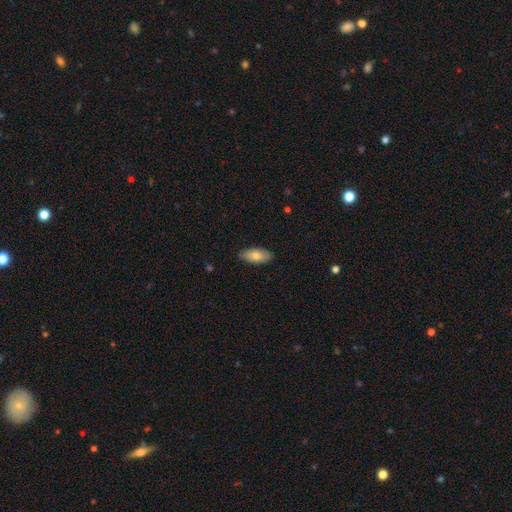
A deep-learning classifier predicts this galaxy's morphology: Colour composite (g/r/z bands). It shows a smooth galaxy with no disk features (78%) that is in between round and cigar-shaped (90%). Merging: none (87%).